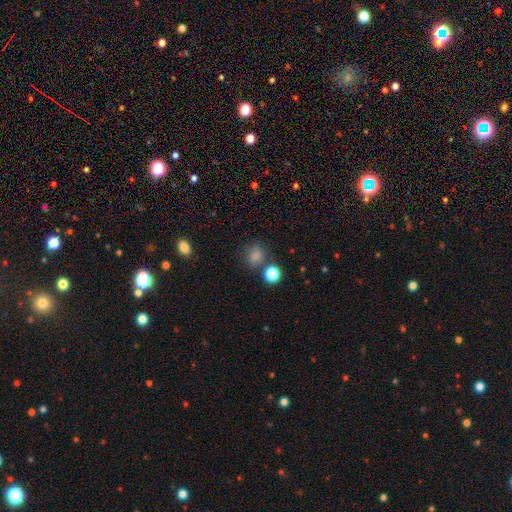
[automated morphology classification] smooth_or_featured: smooth (p=0.80) [alt: star or artifact p=0.15]
how_rounded: round (p=0.69) [alt: in between p=0.30]
merging: none (p=0.72) [alt: minor disturbance p=0.13]